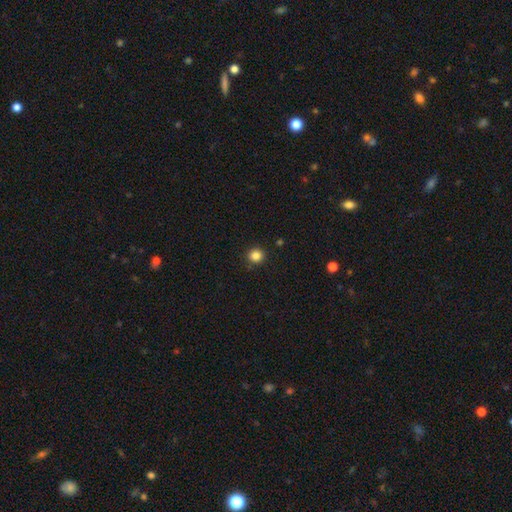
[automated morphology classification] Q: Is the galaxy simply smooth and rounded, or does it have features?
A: smooth — 84%.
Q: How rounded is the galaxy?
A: round — 93%.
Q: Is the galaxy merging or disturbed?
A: none — 90%.